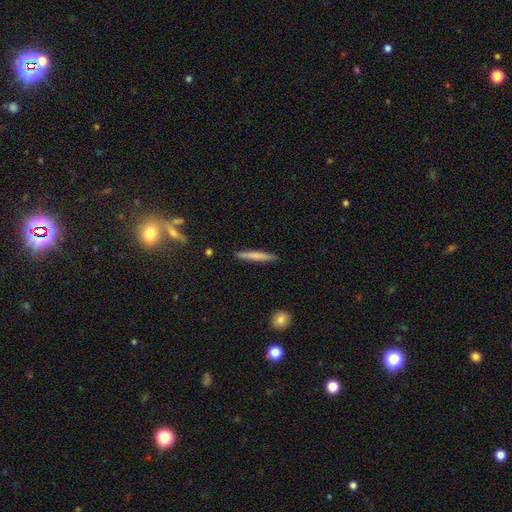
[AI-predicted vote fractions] The model was most divided on "smooth or featured": smooth: 67%, featured or disk: 27%, star or artifact: 6%. More confident: how rounded — cigar-shaped (95%); merging — none (90%).